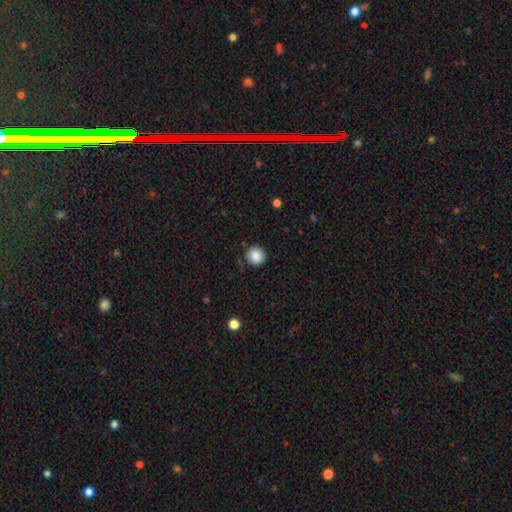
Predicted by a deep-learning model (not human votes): The model was most divided on "merging": none: 85%, minor disturbance: 11%, major disturbance: 3%, merger: 1%. More confident: how rounded — round (92%); smooth or featured — smooth (86%).